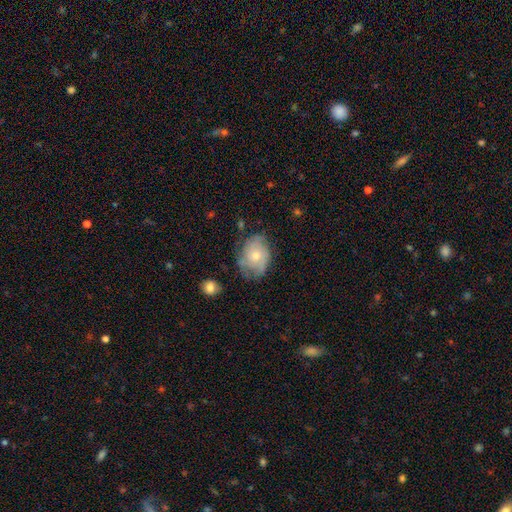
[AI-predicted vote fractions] smooth_or_featured: smooth (p=0.47) [alt: featured or disk p=0.45]
merging: none (p=0.58) [alt: minor disturbance p=0.29]